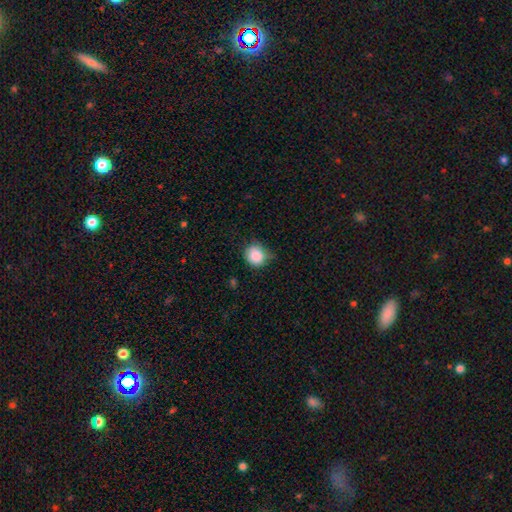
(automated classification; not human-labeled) smooth-or-featured: smooth: 87% | star or artifact: 9% | featured or disk: 4%
  how-rounded: round: 79% | in between: 20% | cigar-shaped: 1%
  merging: none: 65% | minor disturbance: 28% | major disturbance: 5% | merger: 2%